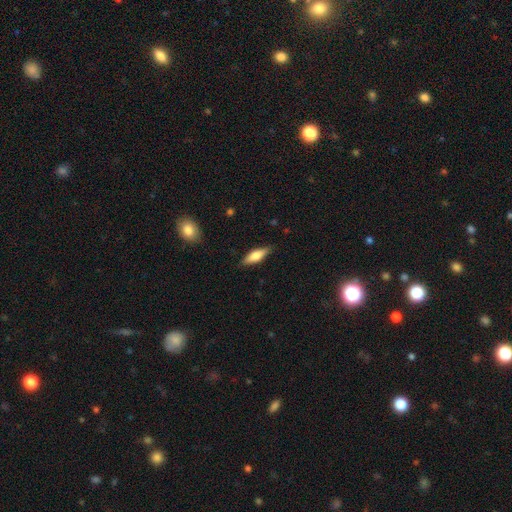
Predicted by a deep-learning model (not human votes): This is likely a smooth galaxy (63%). How rounded: possibly in between (52%). Merging: clearly none (85%).